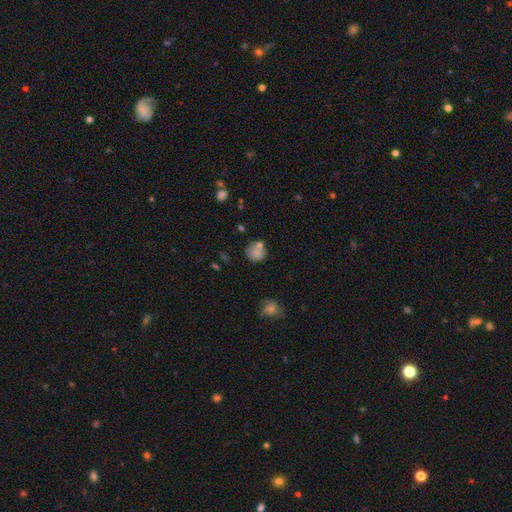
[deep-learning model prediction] smooth-or-featured: smooth: 67% | star or artifact: 23% | featured or disk: 10%
  how-rounded: round: 87% | in between: 12% | cigar-shaped: 1%
  merging: none: 70% | minor disturbance: 15% | merger: 9% | major disturbance: 6%